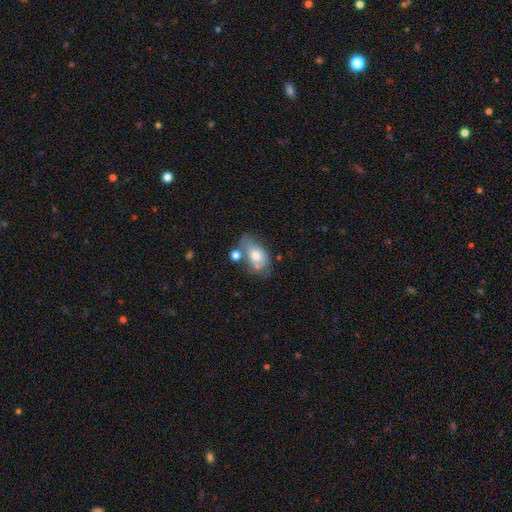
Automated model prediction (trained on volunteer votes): The model was most divided on "merging": none: 33%, minor disturbance: 26%, merger: 23%, major disturbance: 18%. More confident: how rounded — in between (86%); smooth or featured — smooth (62%).